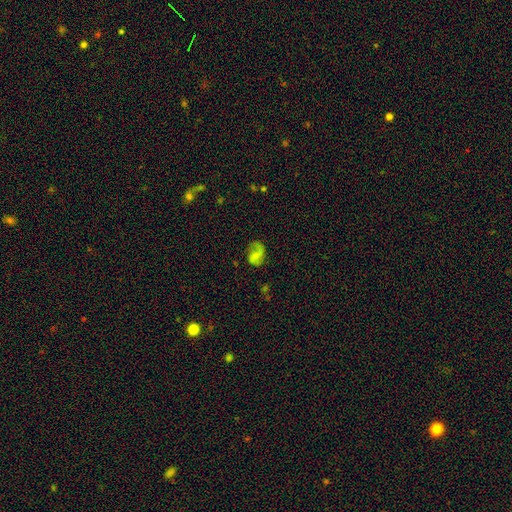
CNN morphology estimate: featured or disk 57%, smooth 34%, star or artifact 10%. Down the decision tree: edge-on disk — no (97%); bar — weak (46%); spiral arms — yes (87%); bulge size — small (41%); merging — none (63%).